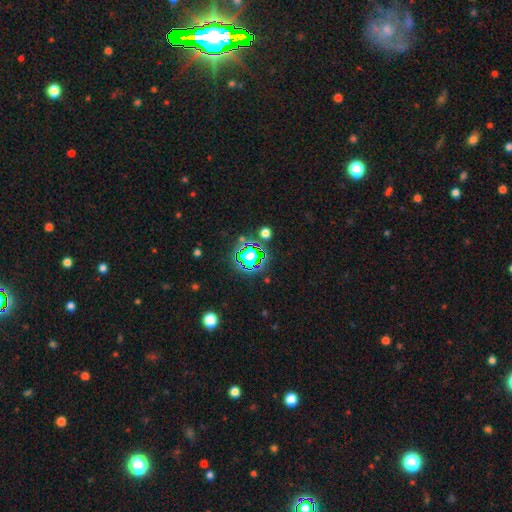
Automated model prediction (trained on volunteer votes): Overall: star or artifact (76%).